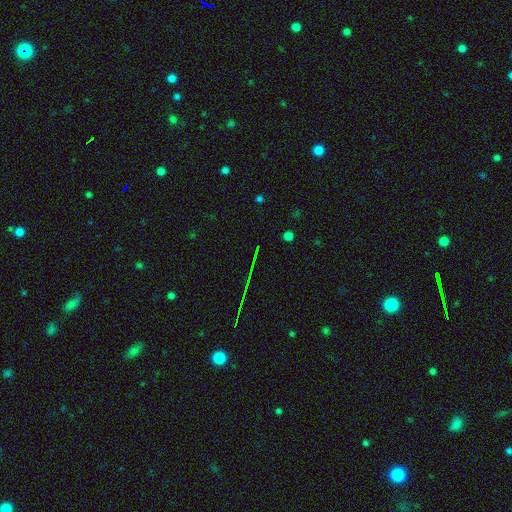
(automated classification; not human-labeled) smooth-or-featured: star or artifact: 73% | smooth: 14% | featured or disk: 12%